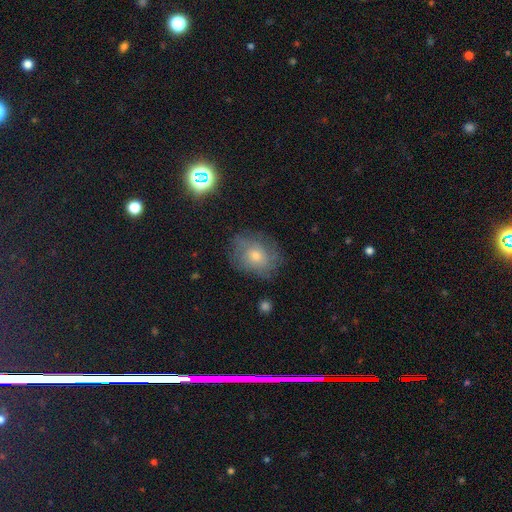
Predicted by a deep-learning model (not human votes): smooth-or-featured: smooth: 44% | featured or disk: 41% | star or artifact: 15%
  merging: none: 73% | minor disturbance: 19% | major disturbance: 7% | merger: 1%